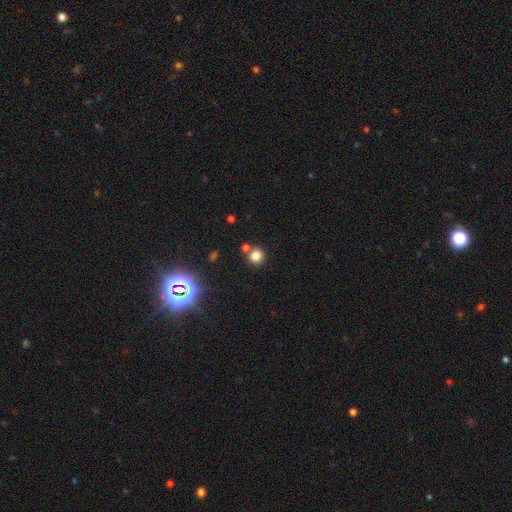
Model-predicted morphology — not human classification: This is likely a smooth galaxy (80%). How rounded: clearly round (90%). Merging: likely none (69%).